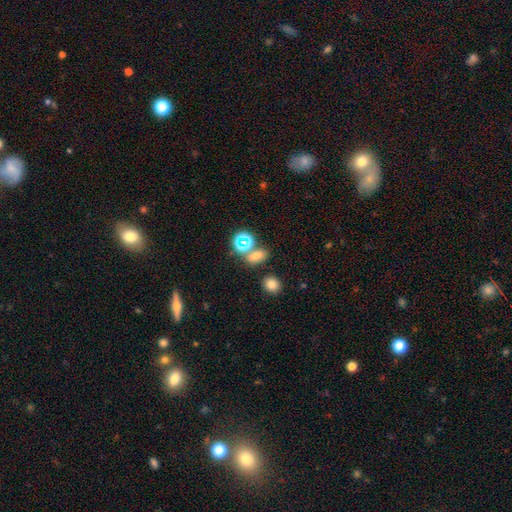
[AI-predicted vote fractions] This is likely a smooth galaxy (62%). How rounded: likely in between (63%). Merging: likely none (63%).